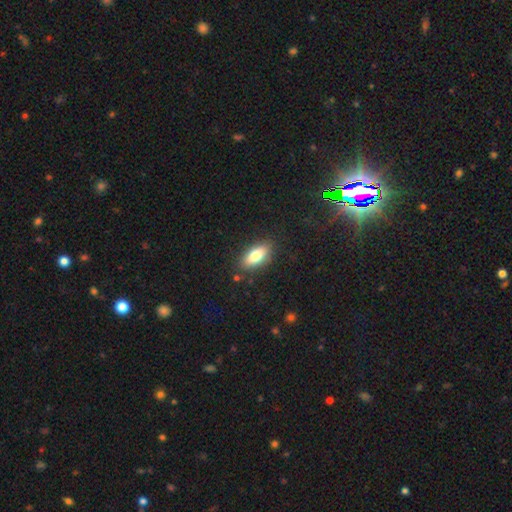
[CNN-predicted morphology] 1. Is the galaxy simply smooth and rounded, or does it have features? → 76% smooth, 17% featured or disk, 7% star or artifact.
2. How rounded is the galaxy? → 82% in between, 15% cigar-shaped, 3% round.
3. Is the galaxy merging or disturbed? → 85% none, 11% minor disturbance, 3% major disturbance, 2% merger.